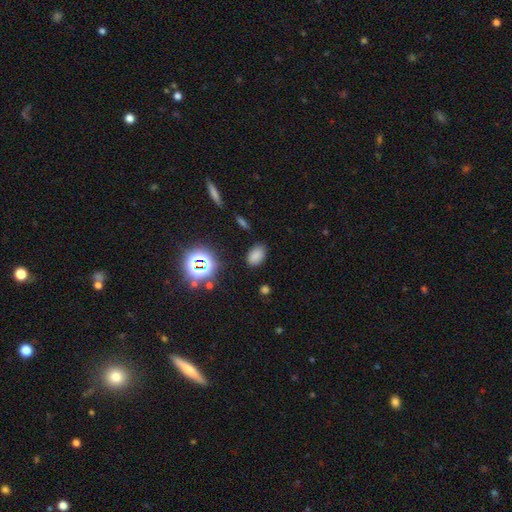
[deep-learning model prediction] This is likely a smooth galaxy (75%). How rounded: clearly in between (86%). Merging: clearly none (83%).